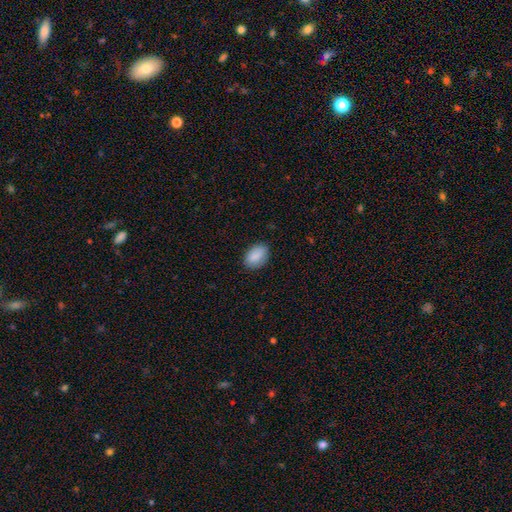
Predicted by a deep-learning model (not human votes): Q: Smooth or featured?
A: smooth (89%); runner-up: star or artifact (7%)
Q: How rounded?
A: in between (89%); runner-up: round (10%)
Q: Merging?
A: none (84%); runner-up: minor disturbance (13%)